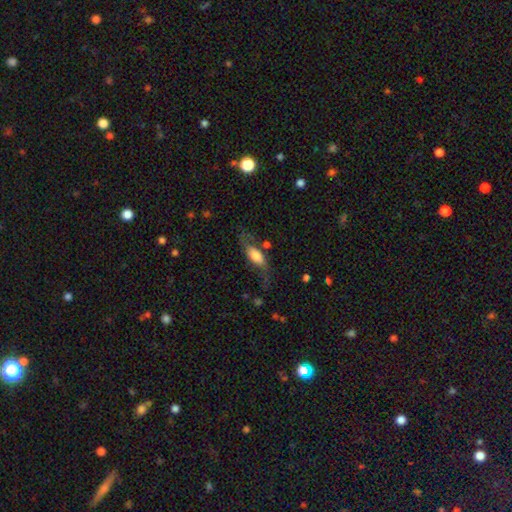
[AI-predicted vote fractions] The model was most divided on "smooth or featured": smooth: 49%, featured or disk: 44%, star or artifact: 7%. More confident: merging — none (52%).